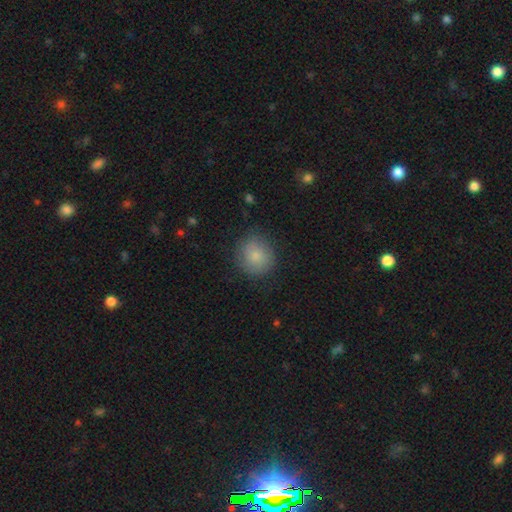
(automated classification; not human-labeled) Smooth or featured? Predicted: smooth (p=0.82). How rounded? Predicted: round (p=0.85). Merging? Predicted: none (p=0.80).